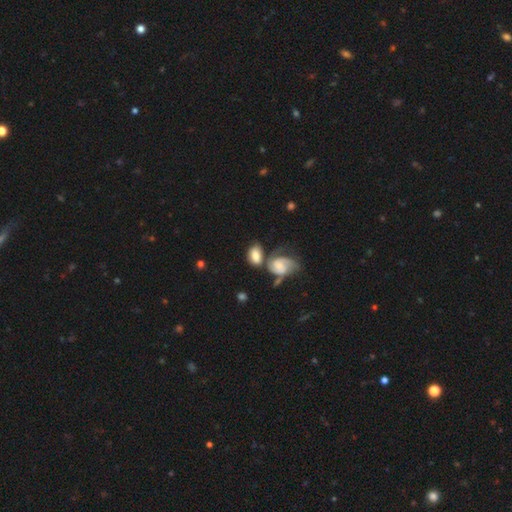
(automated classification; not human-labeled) Smooth or featured? Predicted: smooth (p=0.61). How rounded? Predicted: in between (p=0.83). Merging? Predicted: merger (p=0.38).